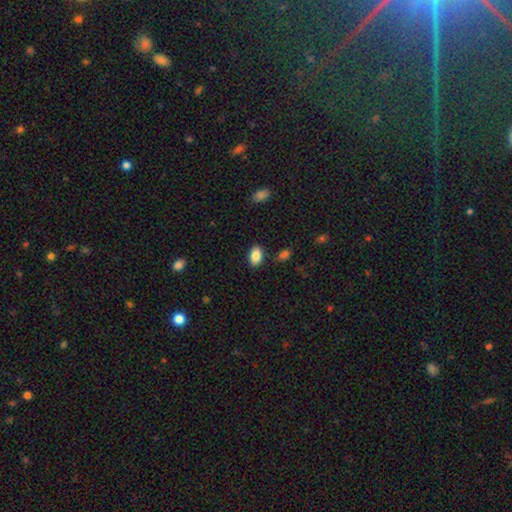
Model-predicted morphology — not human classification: smooth-or-featured: smooth: 87% | star or artifact: 8% | featured or disk: 6%
  how-rounded: in between: 91% | round: 8% | cigar-shaped: 1%
  merging: none: 86% | minor disturbance: 9% | merger: 3% | major disturbance: 2%